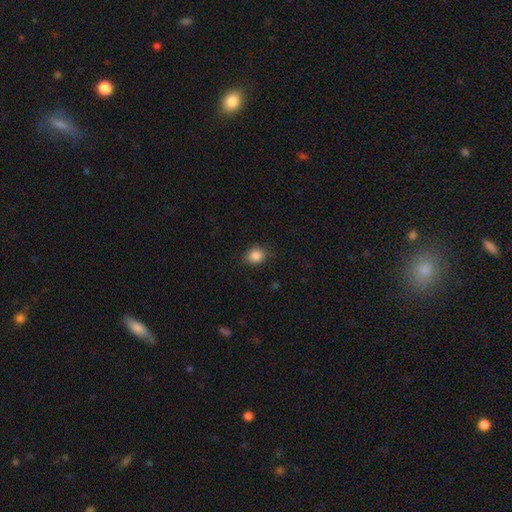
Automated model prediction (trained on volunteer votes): smooth-or-featured: smooth: 86% | star or artifact: 10% | featured or disk: 5%
  how-rounded: round: 57% | in between: 42% | cigar-shaped: 1%
  merging: none: 81% | minor disturbance: 15% | major disturbance: 3% | merger: 1%